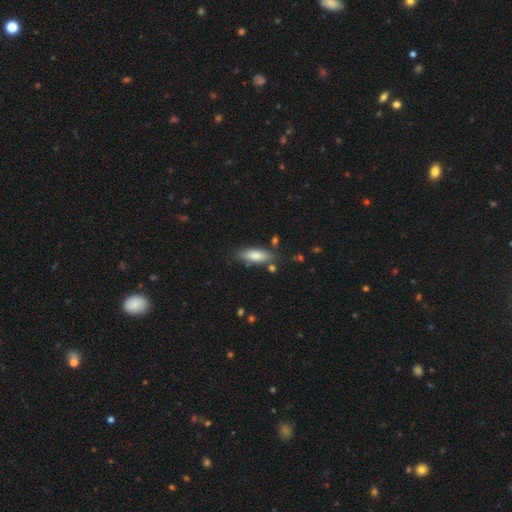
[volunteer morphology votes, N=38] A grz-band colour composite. It shows a smooth galaxy with no disk features (84%) that is in between round and cigar-shaped (69%). Merging: none (77%).